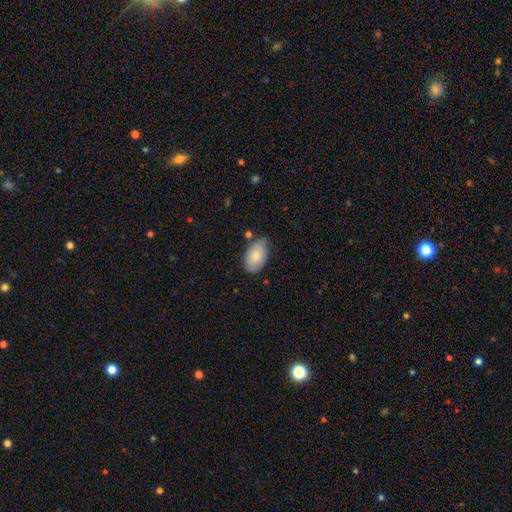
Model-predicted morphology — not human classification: Smooth or featured? smooth (79%)
How rounded? in between (92%)
Merging? none (64%)